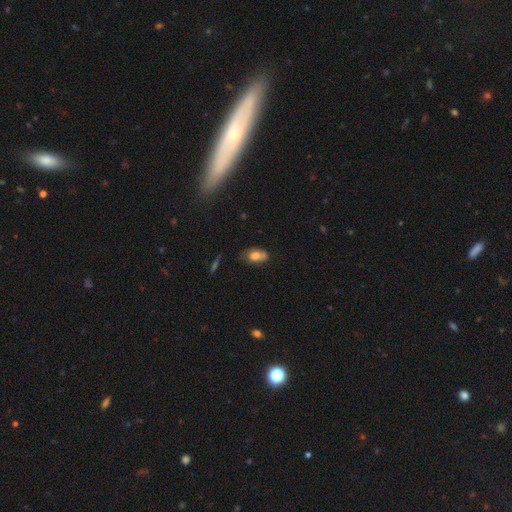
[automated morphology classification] Smooth or featured: smooth — 72% (featured or disk — 19%)
How rounded: in between — 90% (round — 6%)
Merging: none — 59% (minor disturbance — 30%)